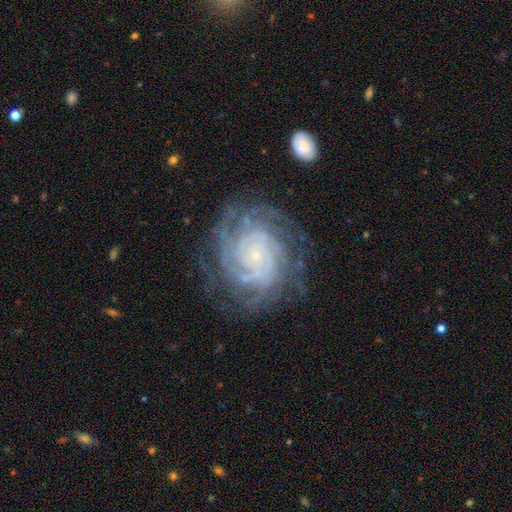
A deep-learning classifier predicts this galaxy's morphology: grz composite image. It shows a featured or disk galaxy (88%) with no bar (76%), 4 (25%) tight (82%) spiral arms (98%) and a small central bulge (86%). Merging: none (76%).